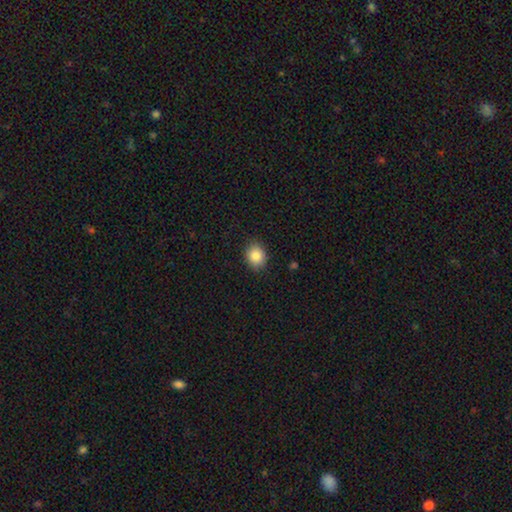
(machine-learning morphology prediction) This is clearly a smooth galaxy (87%). How rounded: likely round (61%). Merging: clearly none (87%).